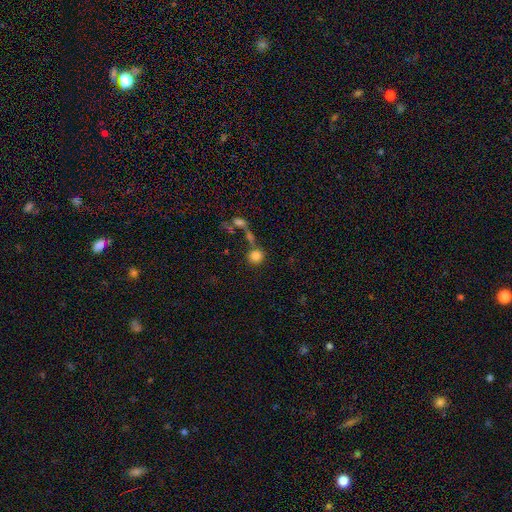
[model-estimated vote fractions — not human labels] This appears to be a smooth galaxy with no disk features (82%) that is round (86%). Merging: none (61%).